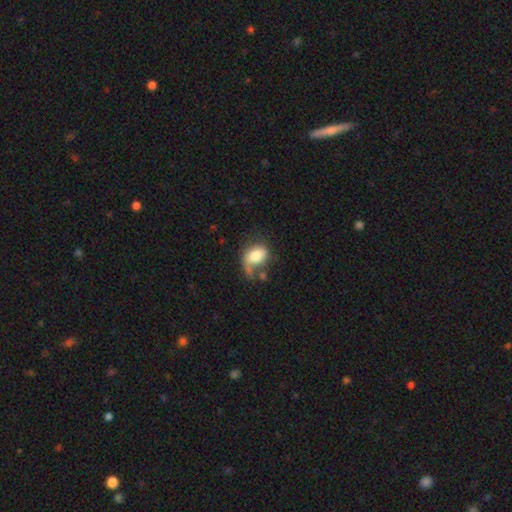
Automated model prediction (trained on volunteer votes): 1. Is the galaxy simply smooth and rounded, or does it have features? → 71% smooth, 22% featured or disk, 8% star or artifact.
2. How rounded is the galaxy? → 71% in between, 27% round, 2% cigar-shaped.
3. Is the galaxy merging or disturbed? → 32% none, 30% major disturbance, 23% minor disturbance, 15% merger.